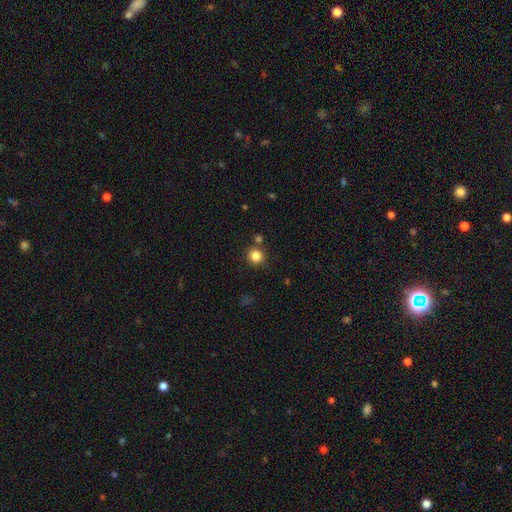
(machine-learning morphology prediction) Smooth or featured: smooth — 83% (star or artifact — 12%)
How rounded: round — 91% (in between — 8%)
Merging: none — 82% (minor disturbance — 8%)